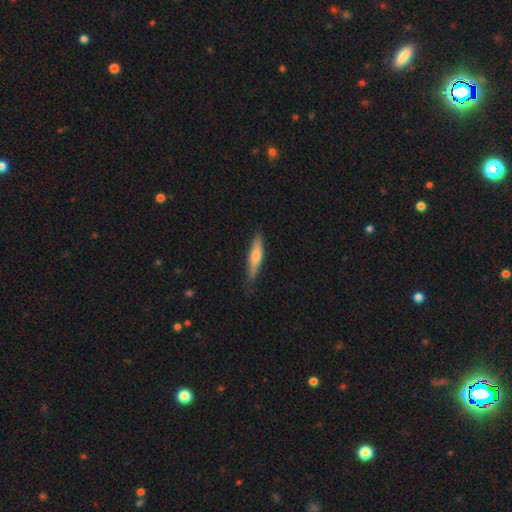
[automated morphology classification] smooth-or-featured: smooth: 51% | featured or disk: 43% | star or artifact: 6%
  how-rounded: cigar-shaped: 84% | in between: 14% | round: 2%
  merging: none: 83% | minor disturbance: 14% | major disturbance: 2% | merger: 1%